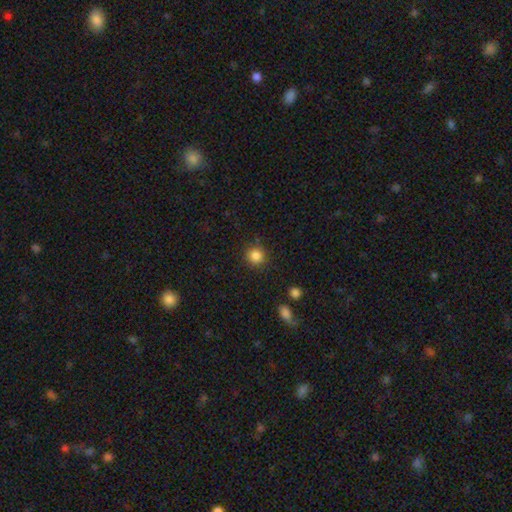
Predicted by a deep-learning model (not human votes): Smooth or featured?
  - smooth: 86% *
  - star or artifact: 11%
  - featured or disk: 4%
How rounded?
  - round: 90% *
  - in between: 9%
  - cigar-shaped: 1%
Merging?
  - none: 88% *
  - minor disturbance: 8%
  - major disturbance: 3%
  - merger: 2%